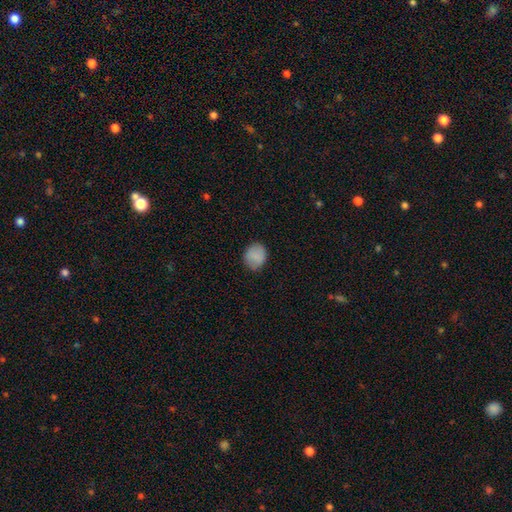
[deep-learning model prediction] Smooth or featured? smooth (86%)
How rounded? round (70%)
Merging? none (82%)